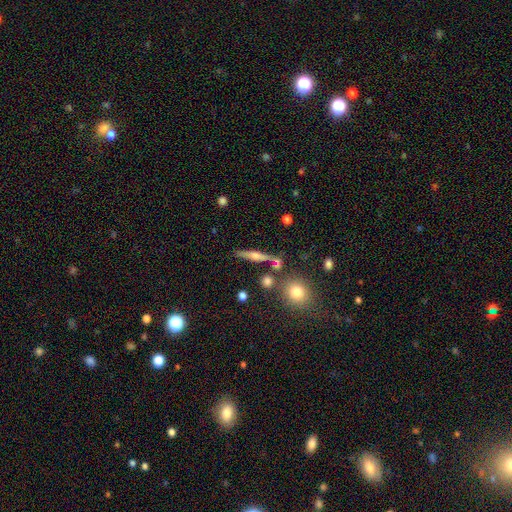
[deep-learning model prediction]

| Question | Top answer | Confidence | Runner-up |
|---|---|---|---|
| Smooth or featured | featured or disk | 62% | smooth (27%) |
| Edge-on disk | yes | 94% | no (6%) |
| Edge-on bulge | rounded | 89% | none (6%) |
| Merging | none | 79% | minor disturbance (10%) |